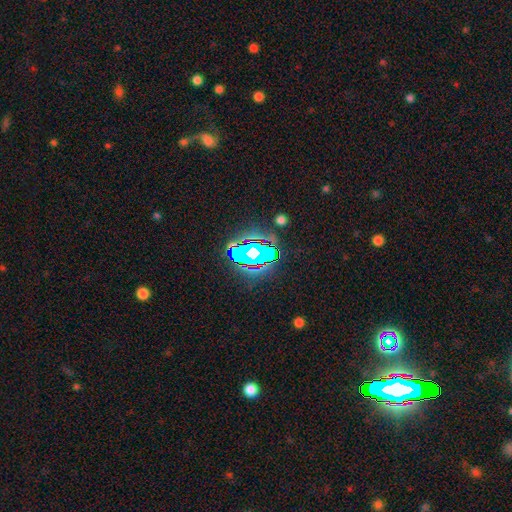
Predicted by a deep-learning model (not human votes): Smooth or featured? Predicted: star or artifact (p=0.77).